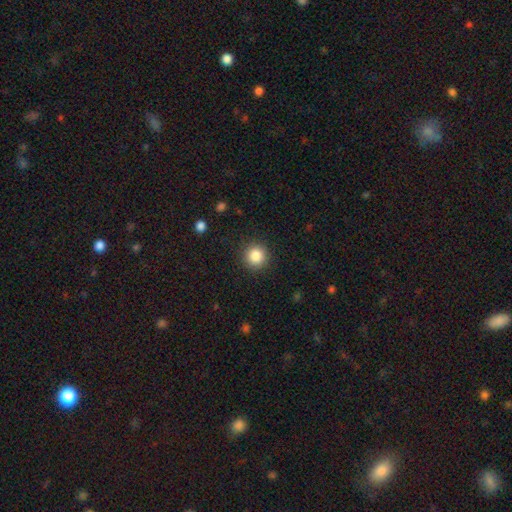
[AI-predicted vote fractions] This appears to be a smooth galaxy with no disk features (85%) that is round (95%). Merging: none (91%).